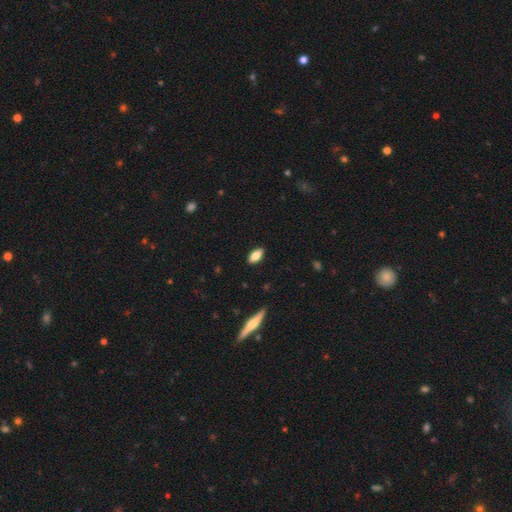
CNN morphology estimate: smooth 78%, featured or disk 15%, star or artifact 7%. Down the decision tree: how rounded — in between (86%); merging — none (88%).